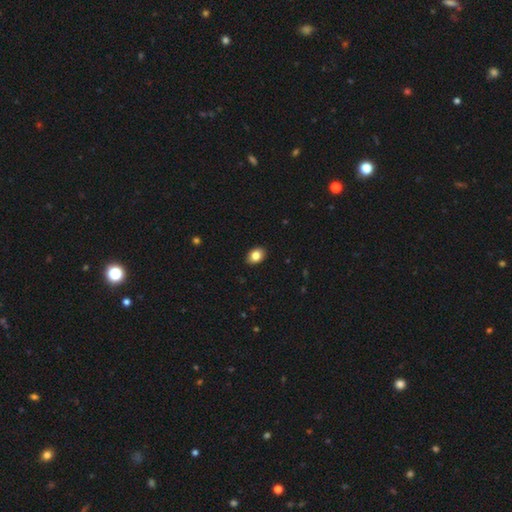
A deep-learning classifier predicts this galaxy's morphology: Smooth or featured? smooth (84%)
How rounded? in between (77%)
Merging? none (89%)